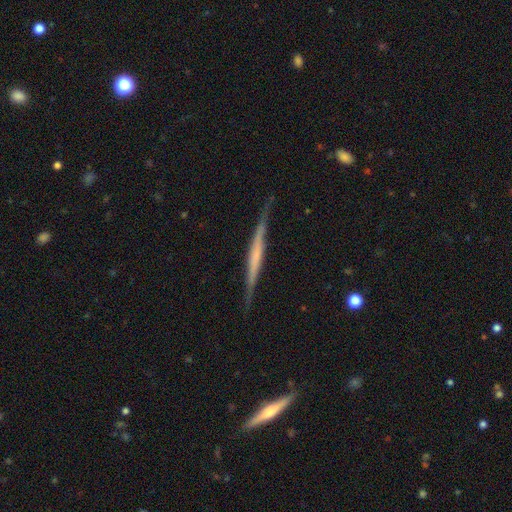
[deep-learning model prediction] Q: Smooth or featured?
A: featured or disk (68%); runner-up: smooth (26%)
Q: Edge-on disk?
A: yes (96%); runner-up: no (4%)
Q: Edge-on bulge?
A: none (61%); runner-up: boxy (21%)
Q: Merging?
A: none (81%); runner-up: minor disturbance (14%)